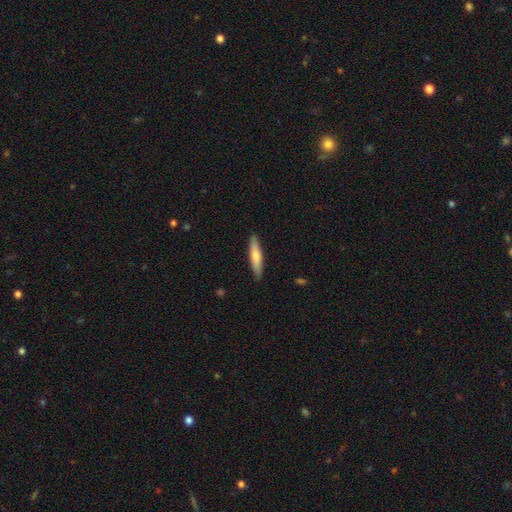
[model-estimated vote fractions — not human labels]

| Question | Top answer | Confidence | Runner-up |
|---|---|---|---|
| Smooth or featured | smooth | 64% | featured or disk (31%) |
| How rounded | cigar-shaped | 85% | in between (13%) |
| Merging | none | 88% | minor disturbance (9%) |